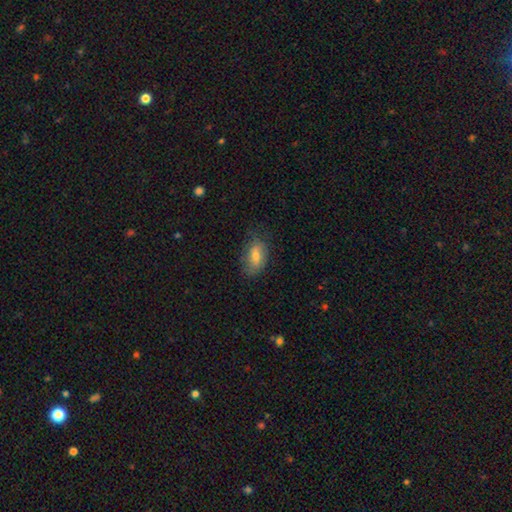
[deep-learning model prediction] A smooth galaxy with no disk features (67%) that is in between round and cigar-shaped (89%). Merging: none (69%).